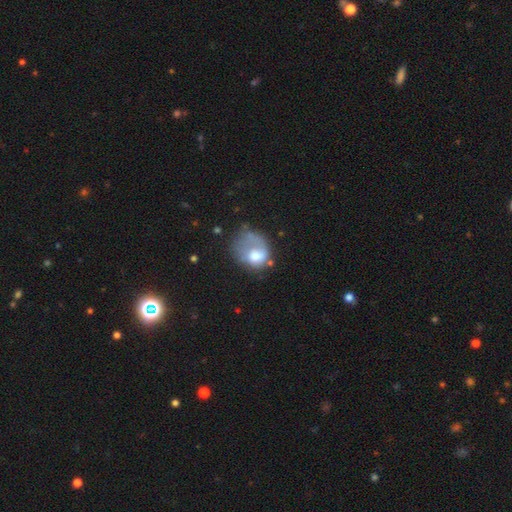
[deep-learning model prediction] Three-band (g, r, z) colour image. It shows a smooth galaxy with no disk features (57%) that is round (50%). Merging: major disturbance (44%).